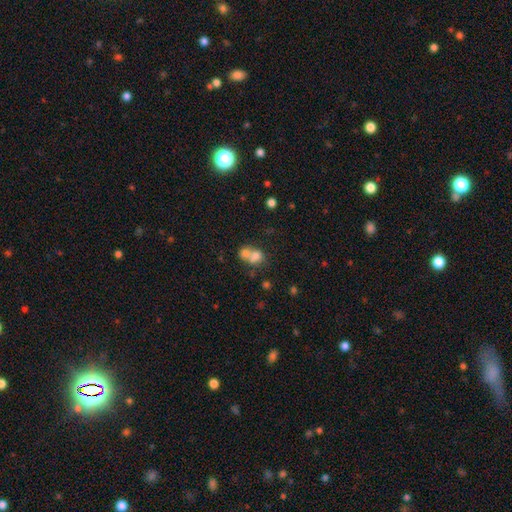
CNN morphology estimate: Q: Smooth or featured?
A: smooth (69%); runner-up: featured or disk (19%)
Q: How rounded?
A: round (55%); runner-up: in between (44%)
Q: Merging?
A: merger (68%); runner-up: none (21%)